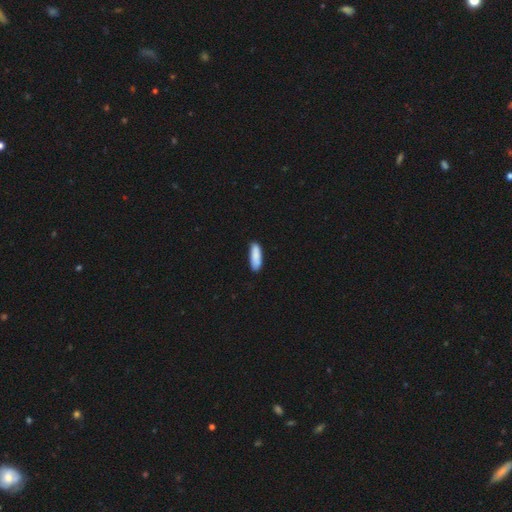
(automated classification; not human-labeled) Smooth or featured? smooth (88%)
How rounded? in between (51%)
Merging? none (81%)